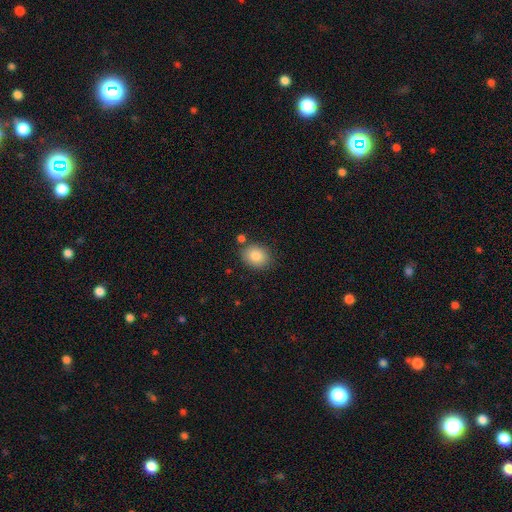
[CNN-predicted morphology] The model was most divided on "how rounded": in between: 55%, round: 44%, cigar-shaped: 1%. More confident: smooth or featured — smooth (85%); merging — none (80%).